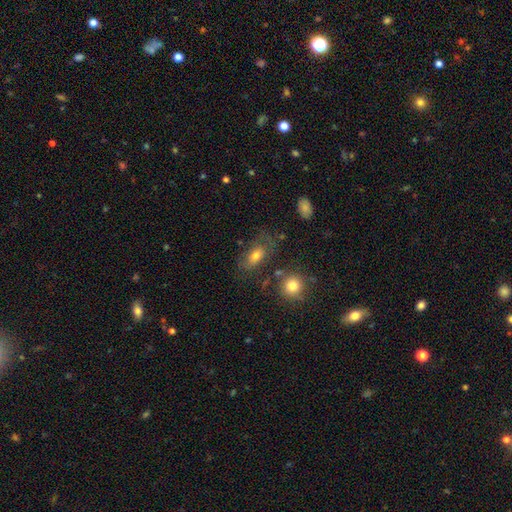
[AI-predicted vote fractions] This is likely a smooth galaxy (64%). How rounded: clearly in between (85%). Merging: possibly none (58%).